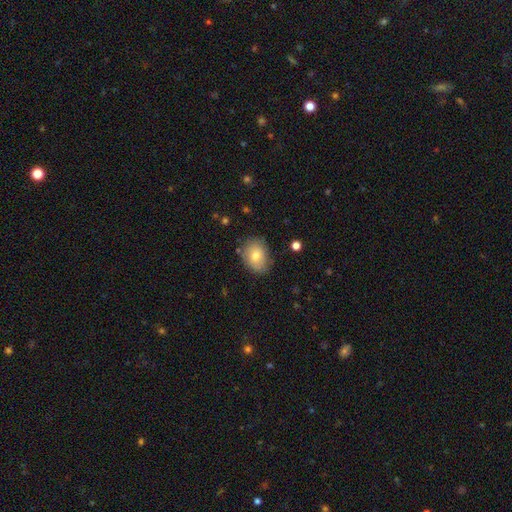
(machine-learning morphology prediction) Q: Smooth or featured?
A: smooth (75%); runner-up: featured or disk (17%)
Q: How rounded?
A: in between (67%); runner-up: round (32%)
Q: Merging?
A: none (74%); runner-up: minor disturbance (19%)